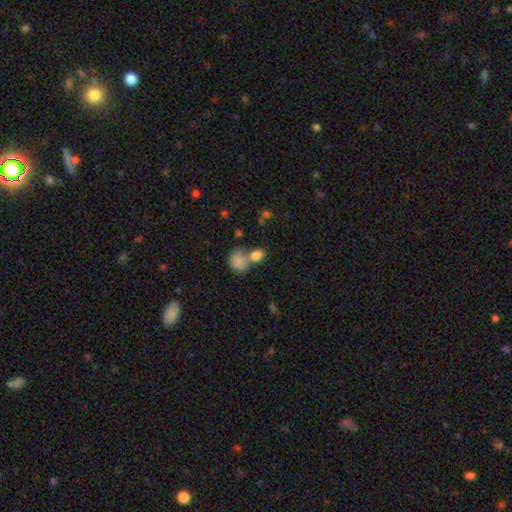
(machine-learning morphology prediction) A smooth galaxy with no disk features (83%) that is in between round and cigar-shaped (54%).

Vote fractions:
- Smooth or featured? smooth: 83% / star or artifact: 9% / featured or disk: 8%
- How rounded? in between: 54% / round: 45% / cigar-shaped: 1%
- Merging? merger: 48% / none: 38% / minor disturbance: 9% / major disturbance: 4%